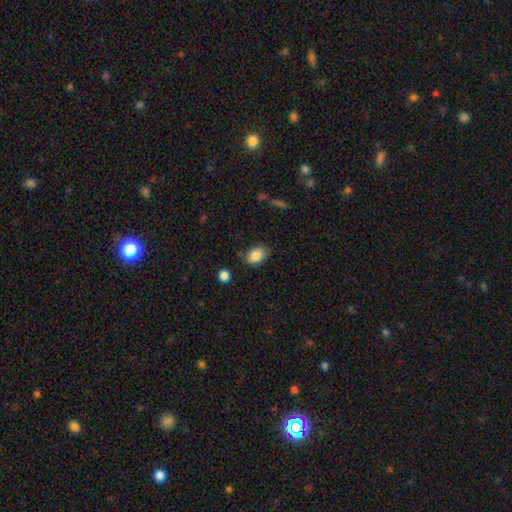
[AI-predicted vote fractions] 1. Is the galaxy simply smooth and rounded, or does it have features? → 85% smooth, 8% star or artifact, 7% featured or disk.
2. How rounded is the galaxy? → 80% in between, 19% round, 1% cigar-shaped.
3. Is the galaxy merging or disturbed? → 76% none, 18% minor disturbance, 4% major disturbance, 2% merger.